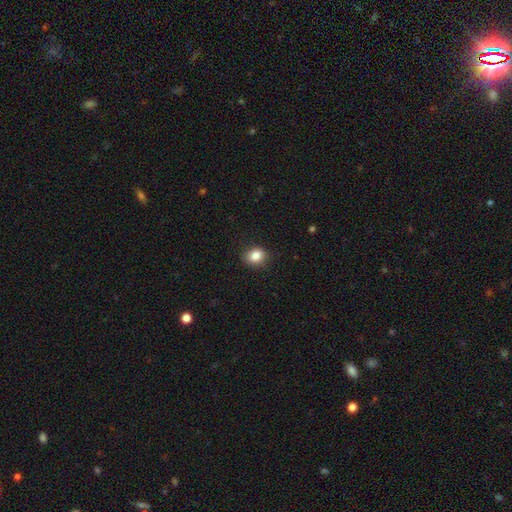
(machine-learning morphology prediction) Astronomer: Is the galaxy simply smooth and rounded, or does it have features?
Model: smooth — 85%.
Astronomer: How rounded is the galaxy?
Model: in between — 52% (runner-up: round, 47%).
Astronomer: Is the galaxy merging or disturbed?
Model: none — 85%.